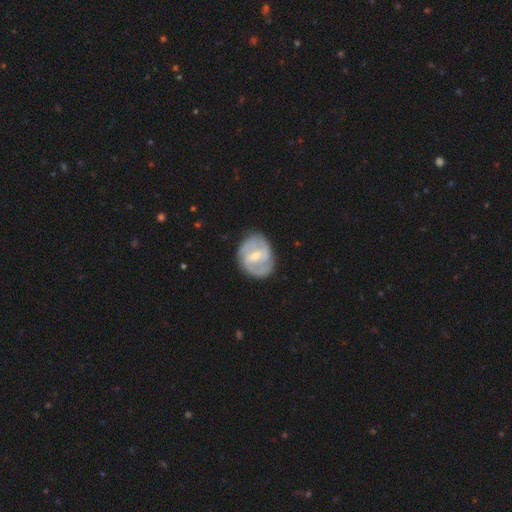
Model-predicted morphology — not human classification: A featured or disk galaxy (74%) with a weak bar (55%), 2 (64%) medium (46%) spiral arms (86%) and a small central bulge (51%).

Vote fractions:
- Smooth or featured? featured or disk: 74% / smooth: 21% / star or artifact: 5%
- Edge-on disk? no: 97% / yes: 3%
- Bar? weak: 55% / strong: 24% / no: 21%
- Spiral arms? yes: 86% / no: 14%
- Spiral winding? medium: 46% / tight: 35% / loose: 19%
- Spiral arm count? 2: 64% / can't tell: 18% / 3: 11% / 1: 3% / 4: 2% / more than 4: 2%
- Bulge size? small: 51% / moderate: 44% / none: 2% / large: 2% / dominant: 1%
- Merging? none: 73% / minor disturbance: 19% / major disturbance: 7% / merger: 2%